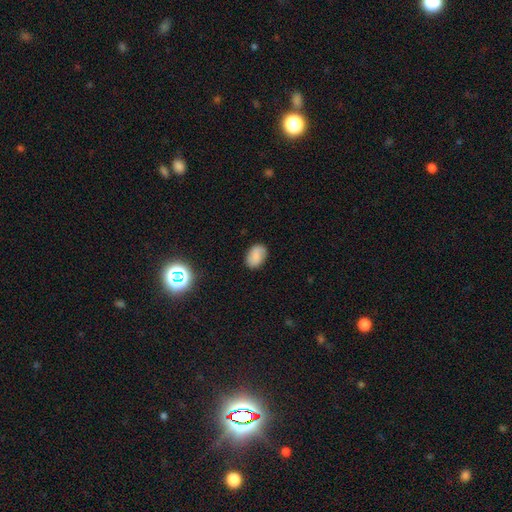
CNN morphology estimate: A smooth galaxy with no disk features (81%) that is in between round and cigar-shaped (82%). Merging: none (85%).